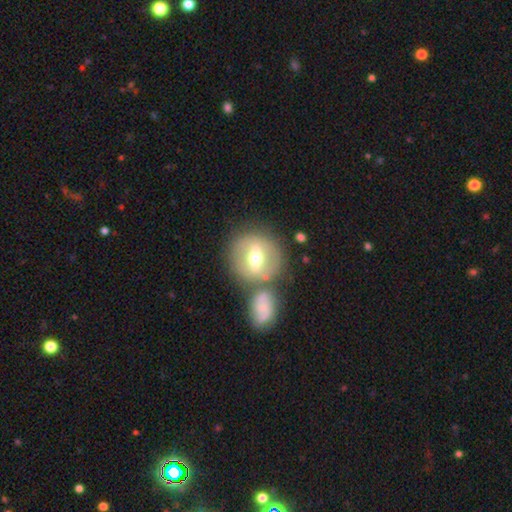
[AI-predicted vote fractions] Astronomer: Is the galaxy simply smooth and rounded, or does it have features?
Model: featured or disk — 52% (runner-up: smooth, 40%).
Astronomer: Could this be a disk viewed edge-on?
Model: no — 86%.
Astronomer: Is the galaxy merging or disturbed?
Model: none — 63%.